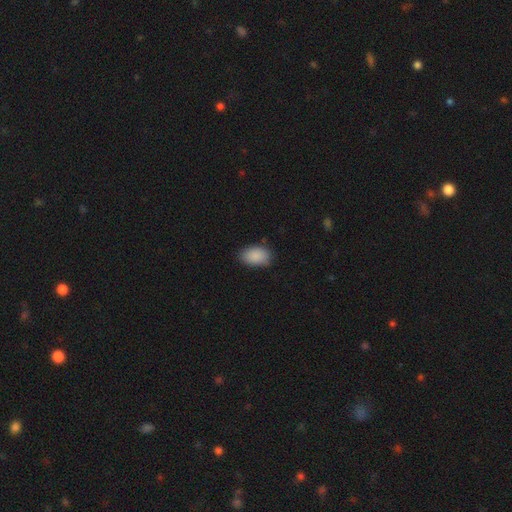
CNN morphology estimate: Overall: smooth (89%). How rounded: in between (91%). Merging: none (80%).